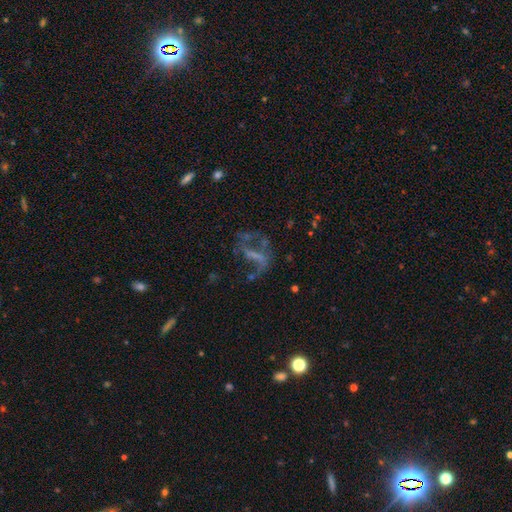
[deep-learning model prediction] Smooth or featured: featured or disk — 61% (star or artifact — 20%)
Edge-on disk: no — 94% (yes — 6%)
Bar: strong — 36% (no — 35%)
Spiral arms: no — 51% (yes — 49%)
Bulge size: none — 67% (small — 17%)
Merging: none — 40% (major disturbance — 38%)